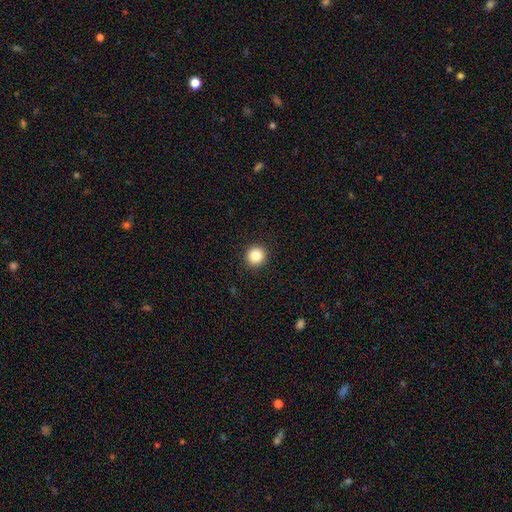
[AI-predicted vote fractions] A smooth galaxy with no disk features (85%) that is round (93%).

Vote fractions:
- Smooth or featured? smooth: 85% / star or artifact: 10% / featured or disk: 5%
- How rounded? round: 93% / in between: 6% / cigar-shaped: 1%
- Merging? none: 93% / minor disturbance: 5% / major disturbance: 2% / merger: 1%